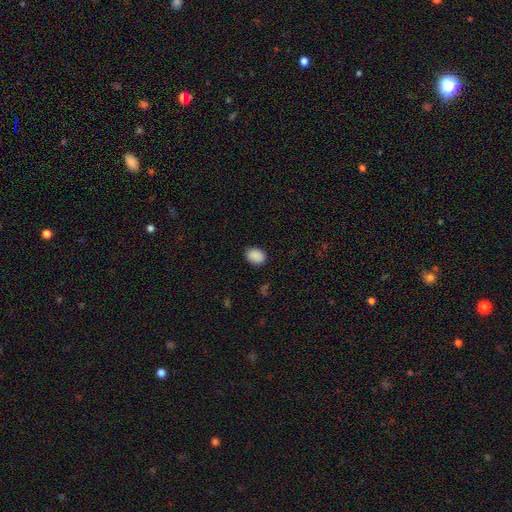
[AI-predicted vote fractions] A smooth galaxy with no disk features (90%) that is in between round and cigar-shaped (71%).

Vote fractions:
- Smooth or featured? smooth: 90% / star or artifact: 8% / featured or disk: 2%
- How rounded? in between: 71% / round: 28% / cigar-shaped: 1%
- Merging? none: 88% / minor disturbance: 9% / major disturbance: 2% / merger: 1%